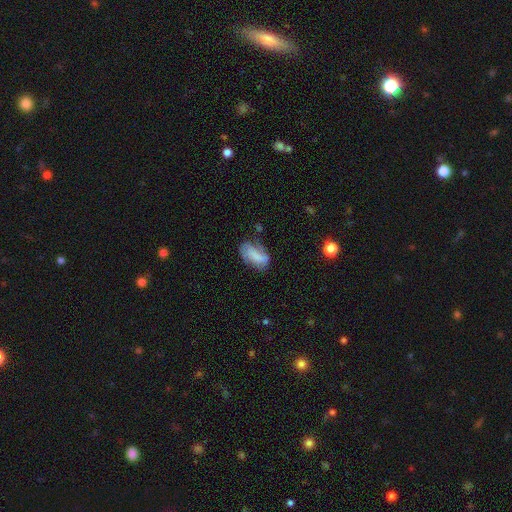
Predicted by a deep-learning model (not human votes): Smooth or featured: smooth — 63% (featured or disk — 27%)
How rounded: in between — 90% (round — 5%)
Merging: none — 44% (minor disturbance — 33%)